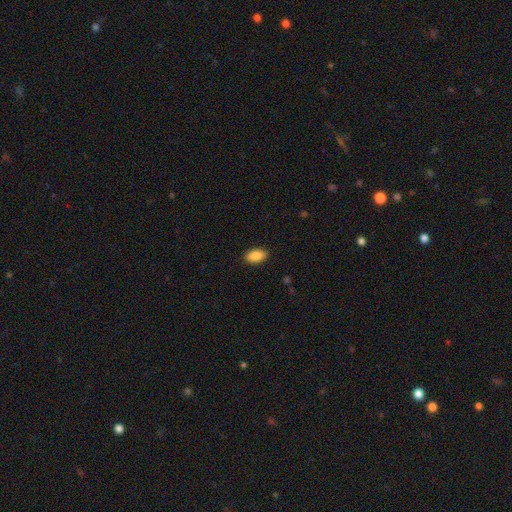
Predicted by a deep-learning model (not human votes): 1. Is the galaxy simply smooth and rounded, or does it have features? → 89% smooth, 7% star or artifact, 4% featured or disk.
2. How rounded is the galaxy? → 94% in between, 4% round, 3% cigar-shaped.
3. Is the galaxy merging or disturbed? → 89% none, 8% minor disturbance, 2% major disturbance, 1% merger.